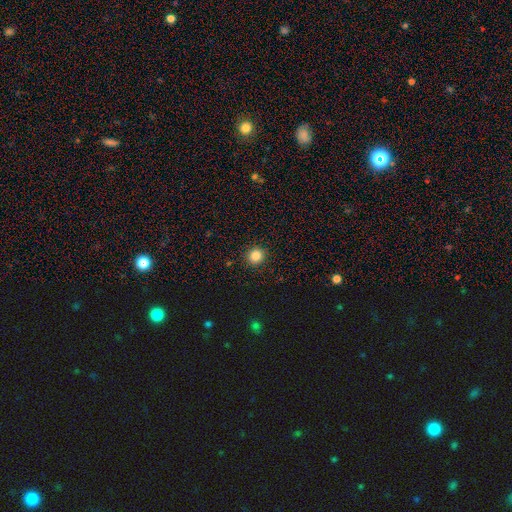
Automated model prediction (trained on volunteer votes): A smooth galaxy with no disk features (85%) that is round (93%). Merging: none (92%).